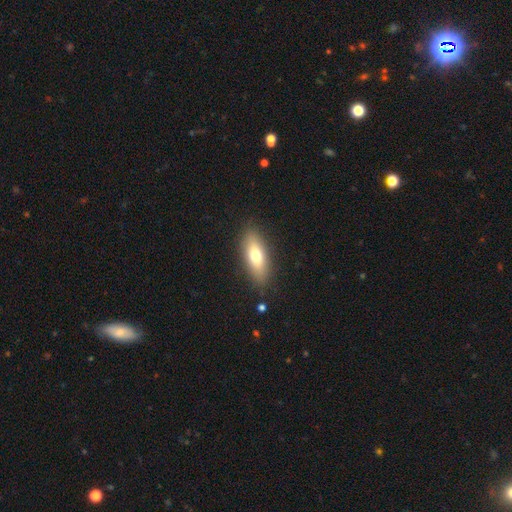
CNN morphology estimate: Overall: smooth (69%). How rounded: in between (70%). Merging: none (87%).